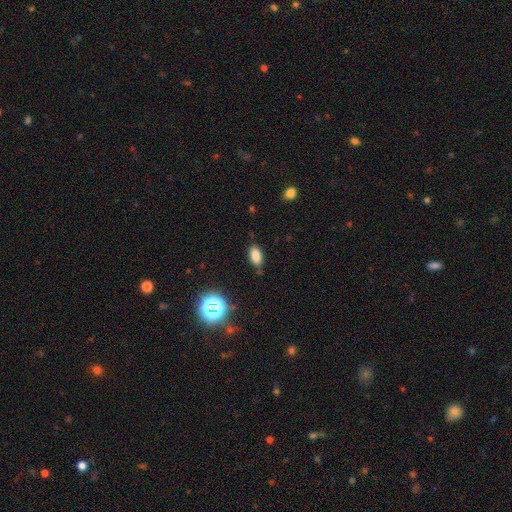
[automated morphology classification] smooth_or_featured: smooth (p=0.80) [alt: star or artifact p=0.14]
how_rounded: in between (p=0.91) [alt: round p=0.06]
merging: none (p=0.81) [alt: minor disturbance p=0.14]